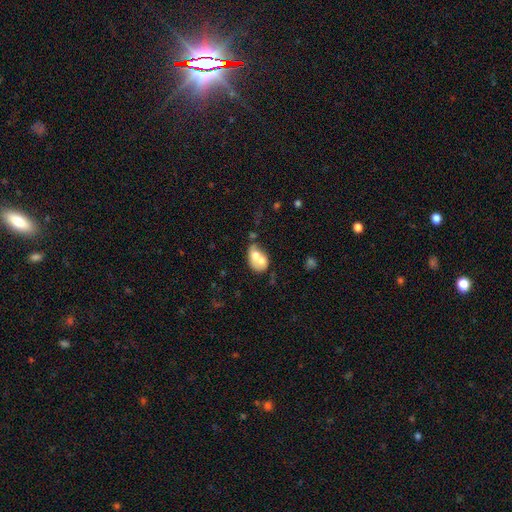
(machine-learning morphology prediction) Smooth or featured?
  - smooth: 58% *
  - featured or disk: 34%
  - star or artifact: 8%
How rounded?
  - in between: 66% *
  - round: 32%
  - cigar-shaped: 1%
Merging?
  - merger: 70% *
  - none: 16%
  - minor disturbance: 8%
  - major disturbance: 6%